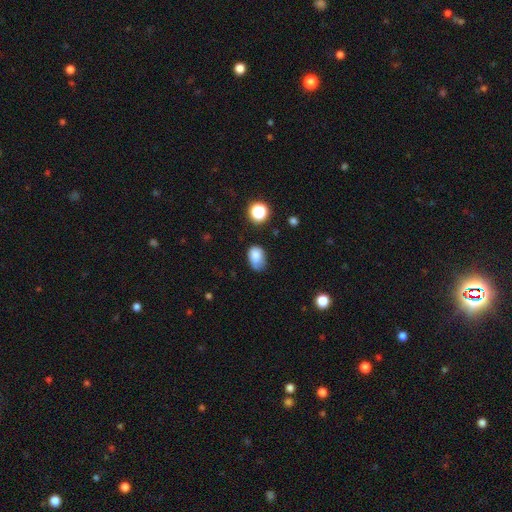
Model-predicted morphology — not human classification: Smooth or featured: smooth — 82% (star or artifact — 10%)
How rounded: in between — 79% (round — 19%)
Merging: none — 53% (minor disturbance — 35%)